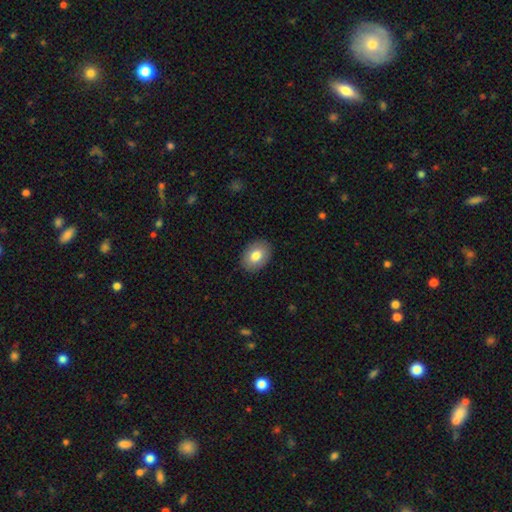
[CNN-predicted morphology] Smooth or featured?
  - smooth: 80% *
  - featured or disk: 14%
  - star or artifact: 7%
How rounded?
  - in between: 78% *
  - round: 21%
  - cigar-shaped: 1%
Merging?
  - none: 89% *
  - minor disturbance: 8%
  - major disturbance: 2%
  - merger: 1%